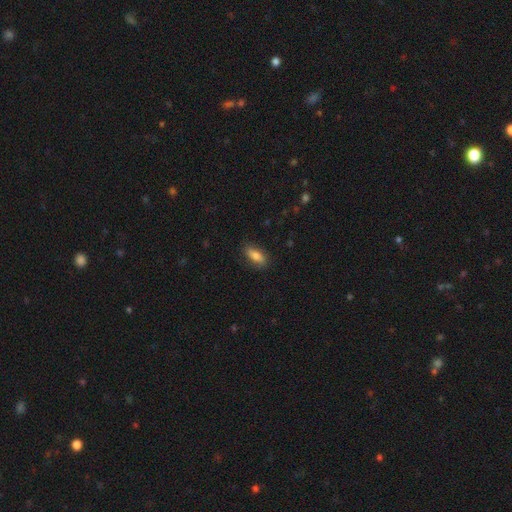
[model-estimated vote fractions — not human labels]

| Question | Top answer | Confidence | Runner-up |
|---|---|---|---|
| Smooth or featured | smooth | 79% | featured or disk (14%) |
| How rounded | in between | 75% | cigar-shaped (22%) |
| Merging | none | 81% | minor disturbance (15%) |